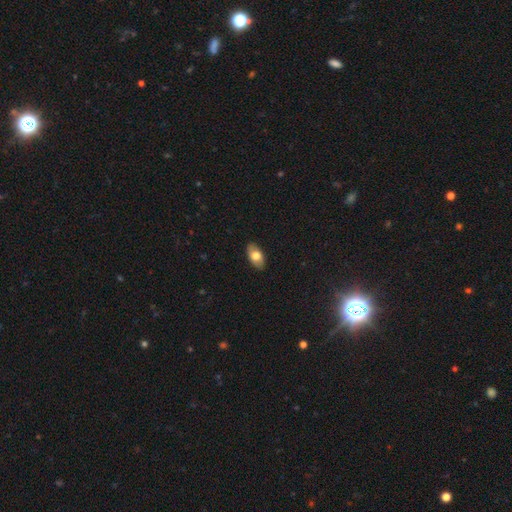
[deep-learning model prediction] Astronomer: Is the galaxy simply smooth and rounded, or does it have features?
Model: smooth — 72%.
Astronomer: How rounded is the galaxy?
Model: in between — 94%.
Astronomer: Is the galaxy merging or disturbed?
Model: none — 87%.